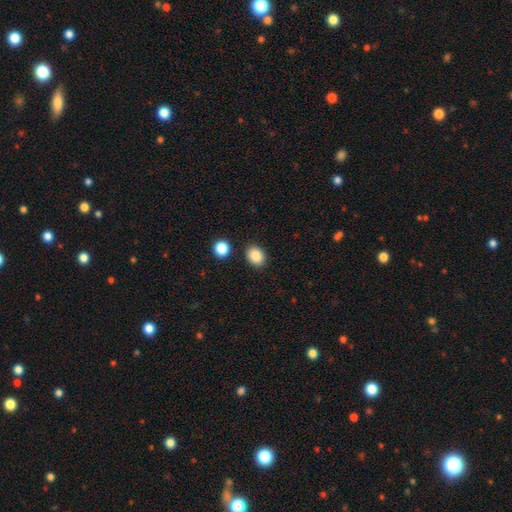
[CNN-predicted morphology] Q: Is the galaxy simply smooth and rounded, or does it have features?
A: smooth — 87%.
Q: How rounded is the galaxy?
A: in between — 53%.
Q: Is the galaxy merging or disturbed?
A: none — 86%.